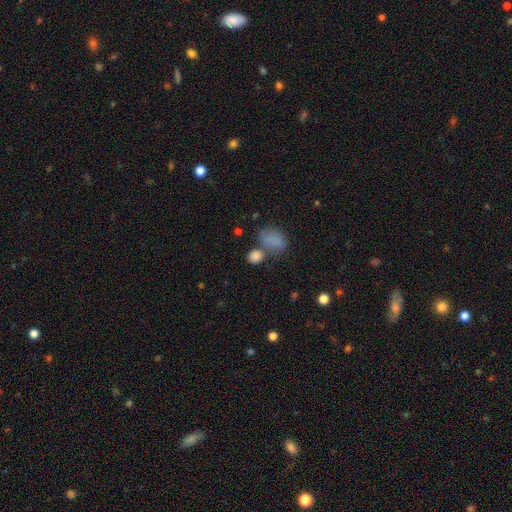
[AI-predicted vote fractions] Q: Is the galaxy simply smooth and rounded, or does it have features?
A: smooth — 83%.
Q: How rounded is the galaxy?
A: round — 57%.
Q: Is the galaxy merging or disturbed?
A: none — 55%.